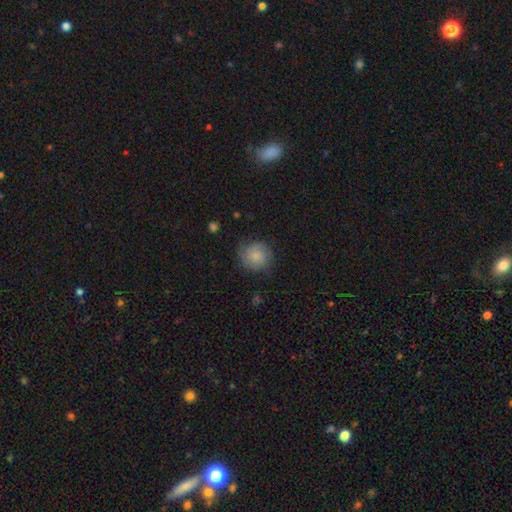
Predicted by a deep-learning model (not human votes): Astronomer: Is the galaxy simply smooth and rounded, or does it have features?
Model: smooth — 77%.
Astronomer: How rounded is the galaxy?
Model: round — 89%.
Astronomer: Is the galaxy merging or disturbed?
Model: none — 73%.